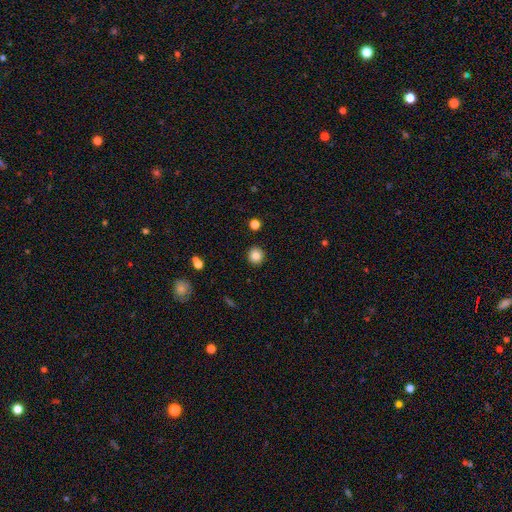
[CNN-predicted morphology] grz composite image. It shows a smooth galaxy with no disk features (85%) that is round (89%). Merging: none (91%).